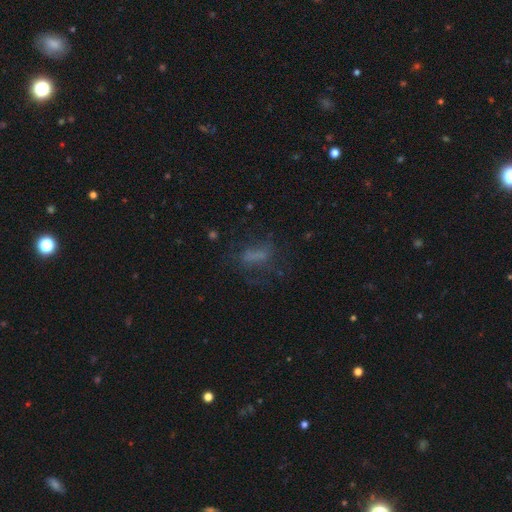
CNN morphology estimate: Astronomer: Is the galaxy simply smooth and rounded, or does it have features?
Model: smooth — 51% (runner-up: featured or disk, 27%).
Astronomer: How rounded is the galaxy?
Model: in between — 56% (runner-up: cigar-shaped, 34%).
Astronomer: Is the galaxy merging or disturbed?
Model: none — 55%.